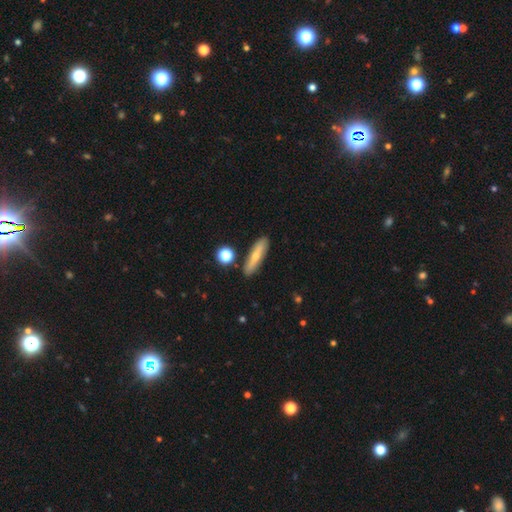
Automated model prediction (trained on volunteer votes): This is possibly a smooth galaxy (58%). How rounded: likely cigar-shaped (75%). Merging: clearly none (85%).